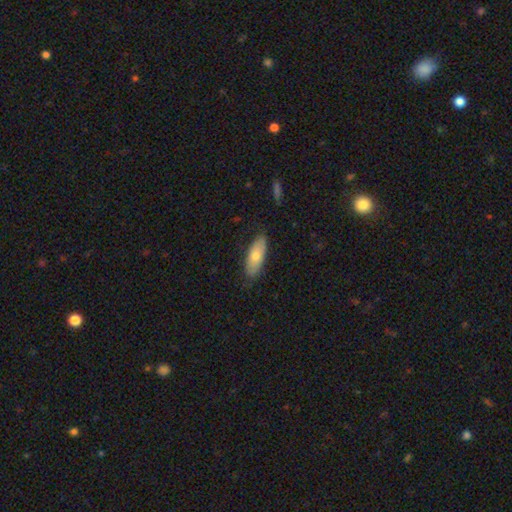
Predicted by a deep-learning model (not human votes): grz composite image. It shows a smooth galaxy with no disk features (72%) that is in between round and cigar-shaped (72%). Merging: none (80%).